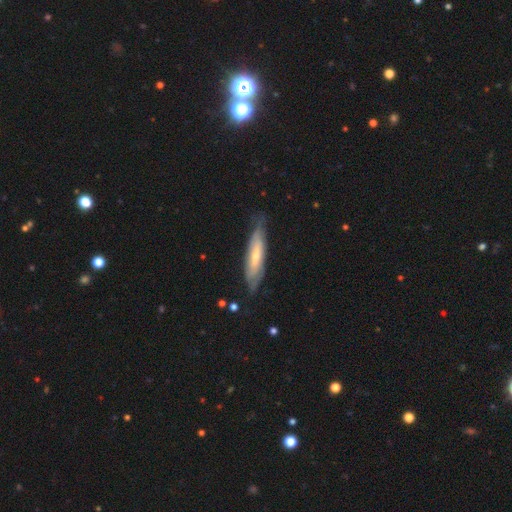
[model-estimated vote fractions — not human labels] This appears to be a featured or disk galaxy (55%). Merging: none (68%).